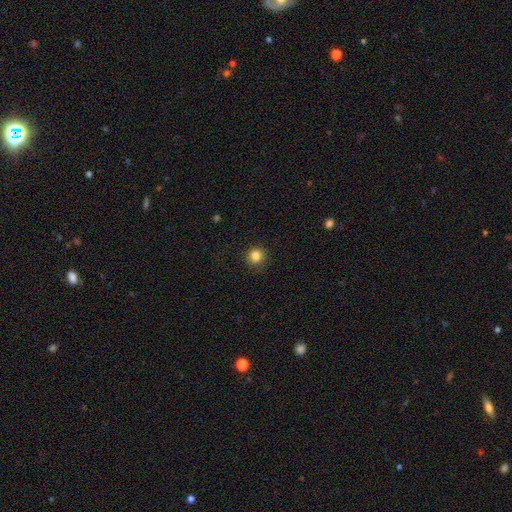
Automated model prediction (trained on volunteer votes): Q: Smooth or featured?
A: smooth (85%); runner-up: star or artifact (11%)
Q: How rounded?
A: round (93%); runner-up: in between (6%)
Q: Merging?
A: none (89%); runner-up: minor disturbance (8%)